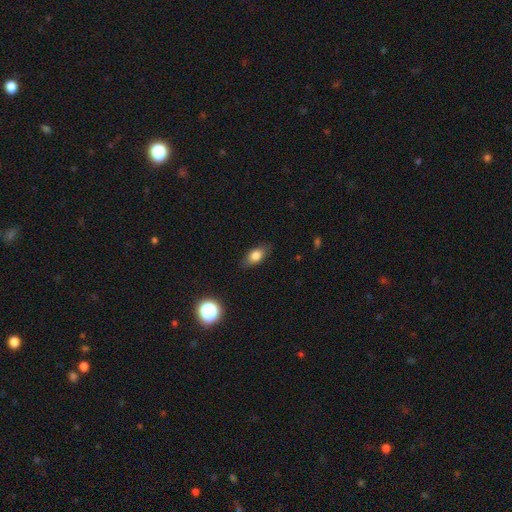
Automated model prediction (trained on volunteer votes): A smooth galaxy with no disk features (79%) that is in between round and cigar-shaped (82%). Merging: none (83%).